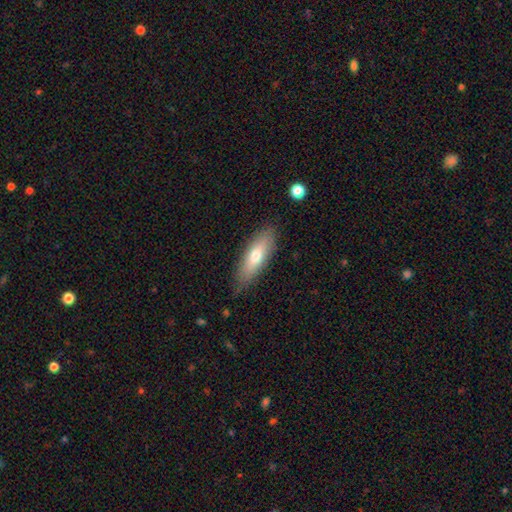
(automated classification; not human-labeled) The model was most divided on "how rounded": in between: 55%, cigar-shaped: 43%, round: 2%. More confident: merging — none (81%); smooth or featured — smooth (69%).